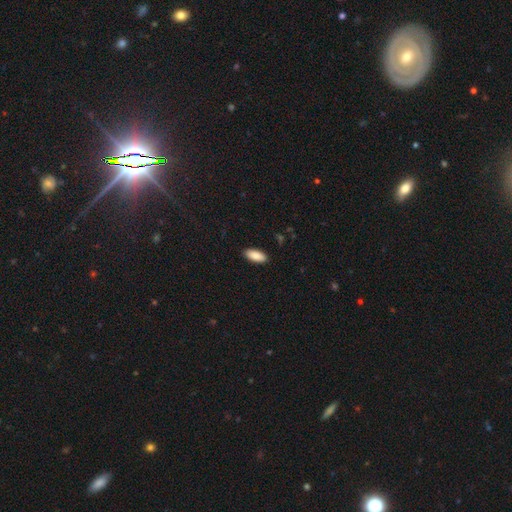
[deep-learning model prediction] This appears to be a smooth galaxy with no disk features (88%) that is in between round and cigar-shaped (87%). Merging: none (89%).